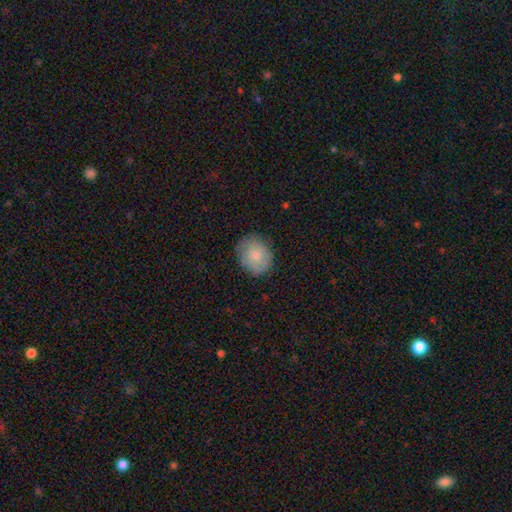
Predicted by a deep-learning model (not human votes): A smooth galaxy with no disk features (78%) that is round (68%). Merging: none (80%).